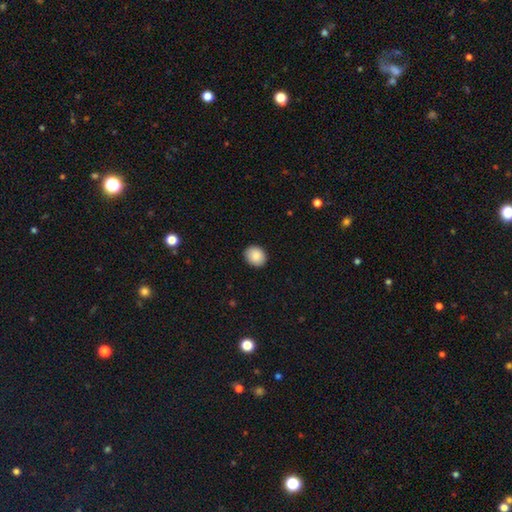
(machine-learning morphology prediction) This appears to be a smooth galaxy with no disk features (89%) that is round (68%). Merging: none (91%).